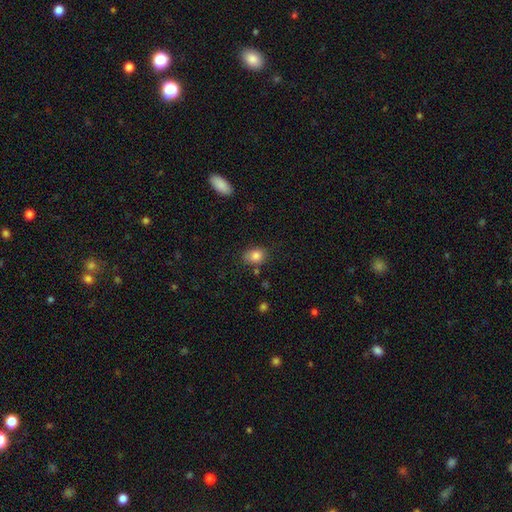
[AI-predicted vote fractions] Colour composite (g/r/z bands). It shows a smooth galaxy with no disk features (83%) that is in between round and cigar-shaped (57%). Merging: none (74%).